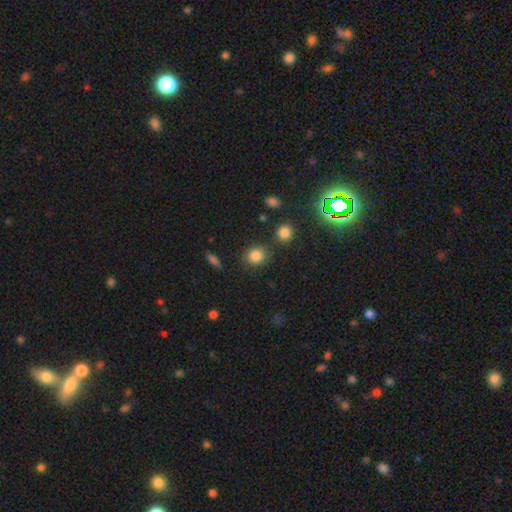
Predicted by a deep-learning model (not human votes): A smooth galaxy with no disk features (83%) that is round (77%).

Vote fractions:
- Smooth or featured? smooth: 83% / star or artifact: 12% / featured or disk: 5%
- How rounded? round: 77% / in between: 22% / cigar-shaped: 1%
- Merging? none: 81% / minor disturbance: 10% / merger: 5% / major disturbance: 4%